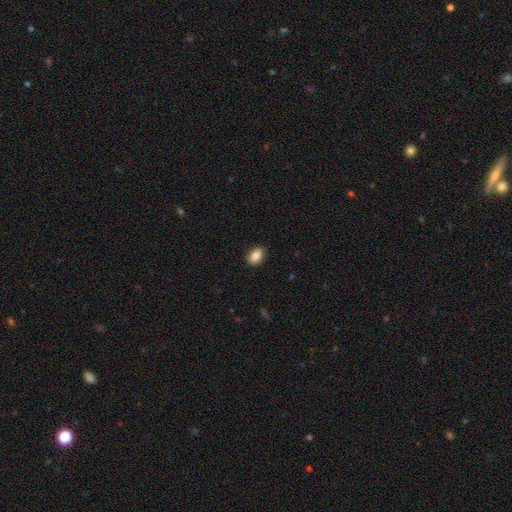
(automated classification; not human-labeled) Smooth or featured: smooth — 86% (star or artifact — 8%)
How rounded: in between — 81% (round — 17%)
Merging: none — 87% (minor disturbance — 10%)